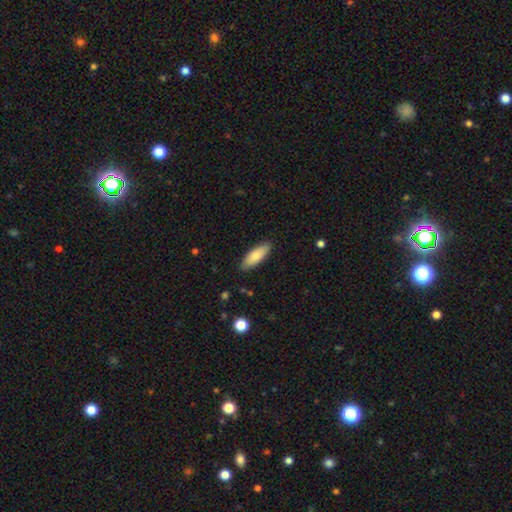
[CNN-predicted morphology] Smooth or featured? Predicted: smooth (p=0.79). How rounded? Predicted: in between (p=0.65). Merging? Predicted: none (p=0.87).